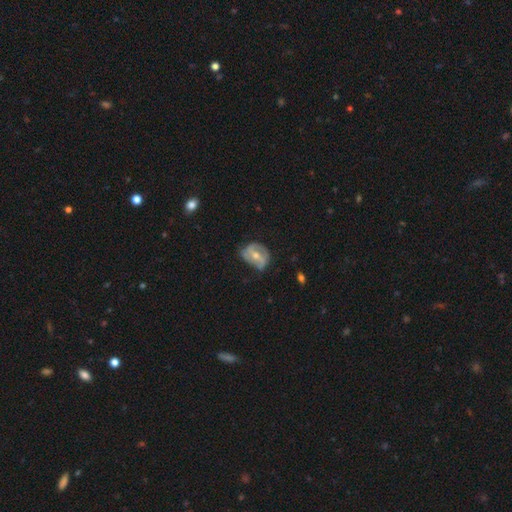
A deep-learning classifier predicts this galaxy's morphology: Q: Smooth or featured?
A: featured or disk (64%); runner-up: smooth (29%)
Q: Edge-on disk?
A: no (96%); runner-up: yes (4%)
Q: Bar?
A: weak (38%); runner-up: strong (34%)
Q: Spiral arms?
A: yes (63%); runner-up: no (37%)
Q: Bulge size?
A: moderate (60%); runner-up: small (35%)
Q: Merging?
A: none (47%); runner-up: minor disturbance (36%)